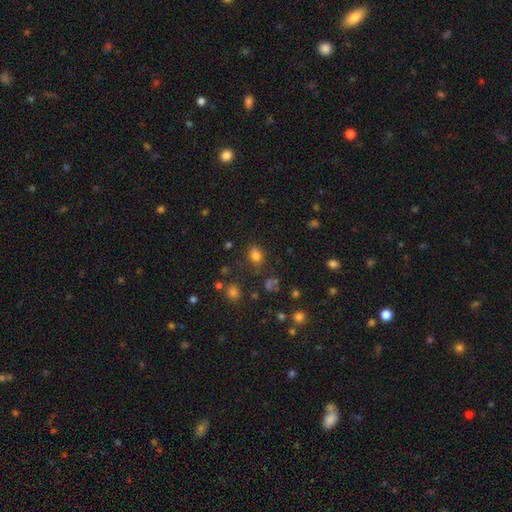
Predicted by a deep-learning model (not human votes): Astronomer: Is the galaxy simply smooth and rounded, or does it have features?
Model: smooth — 79%.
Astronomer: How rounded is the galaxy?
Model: in between — 61% (runner-up: round, 38%).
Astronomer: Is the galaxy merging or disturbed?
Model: none — 76%.